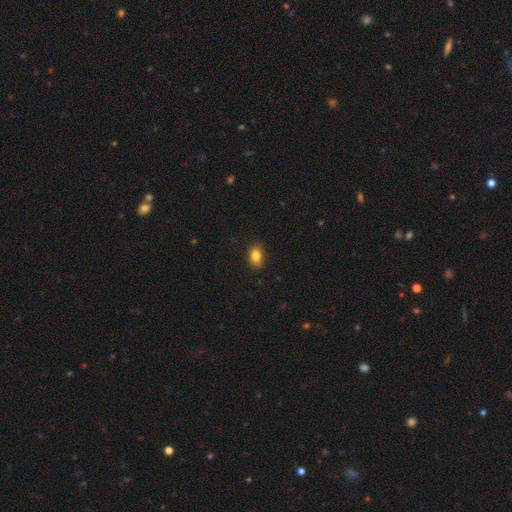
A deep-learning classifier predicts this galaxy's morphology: This appears to be a smooth galaxy with no disk features (84%) that is in between round and cigar-shaped (83%). Merging: none (84%).